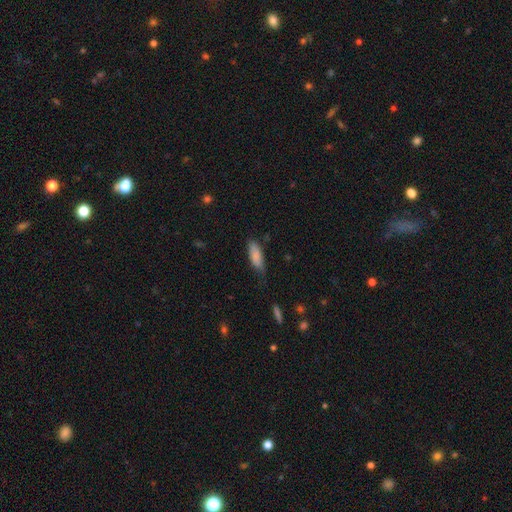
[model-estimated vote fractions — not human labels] smooth_or_featured: smooth (p=0.86) [alt: featured or disk p=0.07]
how_rounded: in between (p=0.68) [alt: cigar-shaped p=0.30]
merging: none (p=0.65) [alt: minor disturbance p=0.28]